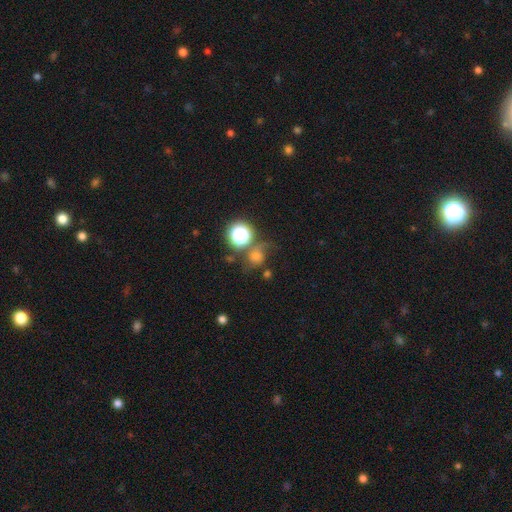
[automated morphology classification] A smooth galaxy with no disk features (55%) that is round (80%).

Vote fractions:
- Smooth or featured? smooth: 55% / star or artifact: 27% / featured or disk: 18%
- How rounded? round: 80% / in between: 19% / cigar-shaped: 1%
- Merging? none: 51% / minor disturbance: 18% / major disturbance: 18% / merger: 13%